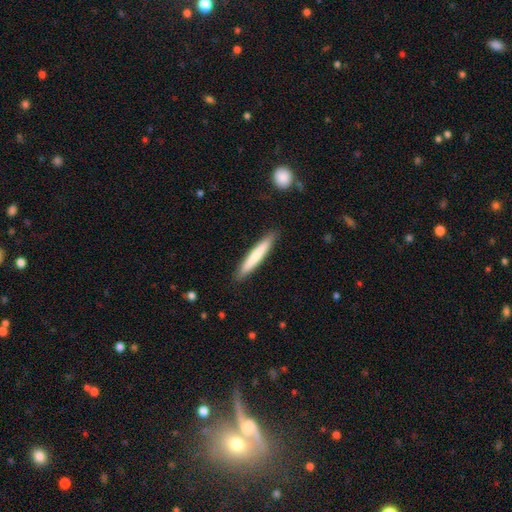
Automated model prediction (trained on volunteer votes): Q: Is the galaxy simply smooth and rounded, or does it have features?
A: smooth — 69%.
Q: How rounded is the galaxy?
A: cigar-shaped — 94%.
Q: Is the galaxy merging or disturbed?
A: none — 89%.